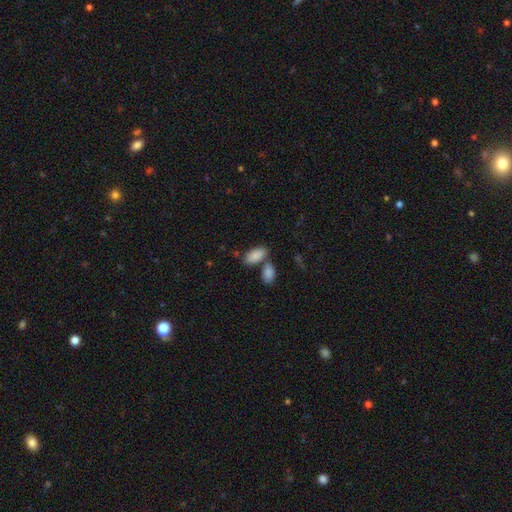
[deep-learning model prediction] Overall: smooth (88%). How rounded: in between (93%). Merging: none (55%; merger 31%).